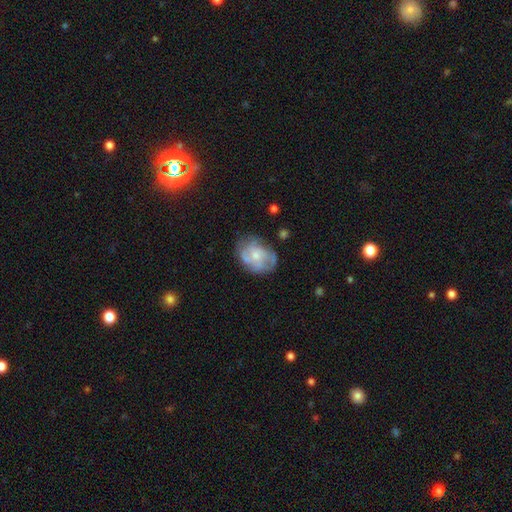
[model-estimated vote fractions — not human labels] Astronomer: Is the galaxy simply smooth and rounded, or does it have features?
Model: featured or disk — 60%.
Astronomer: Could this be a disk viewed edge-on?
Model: no — 97%.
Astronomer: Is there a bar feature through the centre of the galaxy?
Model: no — 75%.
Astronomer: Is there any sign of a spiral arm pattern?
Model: yes — 68%.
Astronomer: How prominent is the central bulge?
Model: small — 50% (runner-up: moderate, 40%).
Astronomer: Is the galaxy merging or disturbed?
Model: none — 59%.